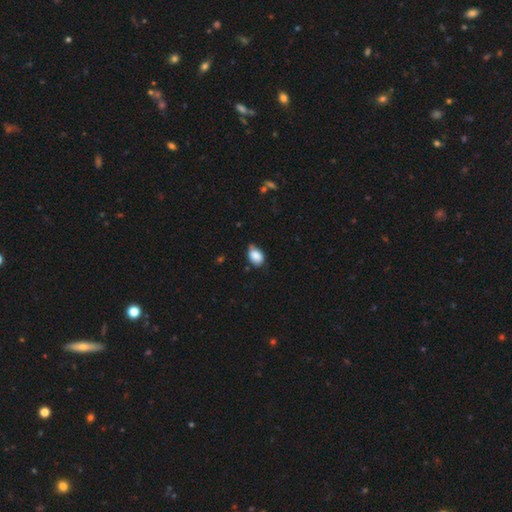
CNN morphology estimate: Smooth or featured? Predicted: smooth (p=0.86). How rounded? Predicted: in between (p=0.84). Merging? Predicted: none (p=0.60).